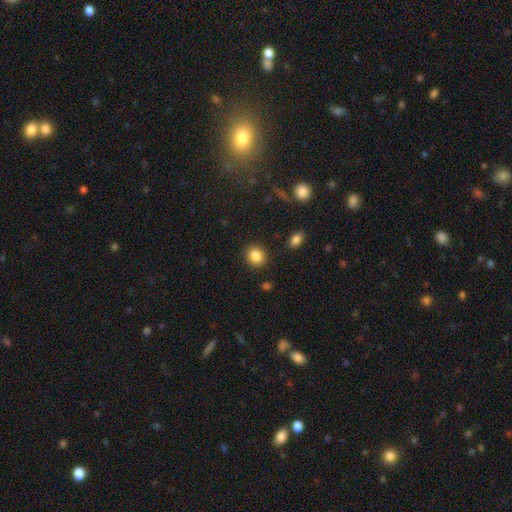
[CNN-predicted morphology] A smooth galaxy with no disk features (86%) that is round (81%). Merging: none (89%).